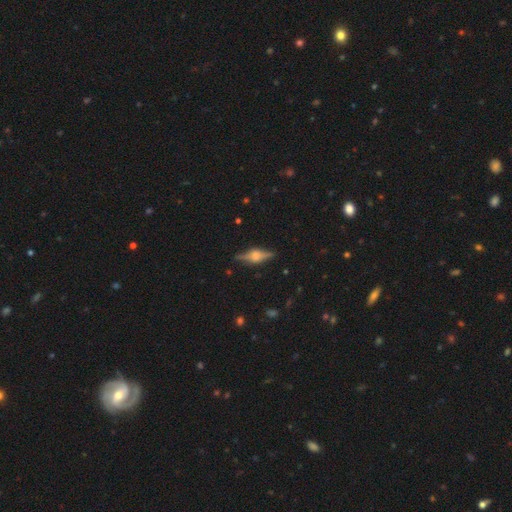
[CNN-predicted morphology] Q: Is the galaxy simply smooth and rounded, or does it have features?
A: featured or disk — 76%.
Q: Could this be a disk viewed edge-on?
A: yes — 97%.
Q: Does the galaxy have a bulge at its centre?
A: rounded — 84%.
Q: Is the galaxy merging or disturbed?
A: none — 86%.